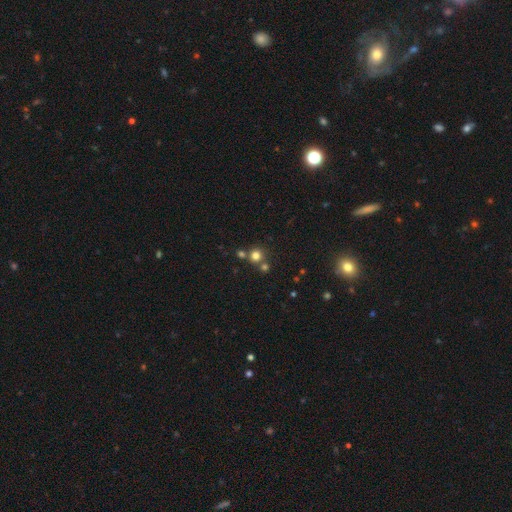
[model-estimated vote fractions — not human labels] smooth_or_featured: smooth (p=0.75) [alt: star or artifact p=0.17]
how_rounded: round (p=0.92) [alt: in between p=0.07]
merging: none (p=0.66) [alt: merger p=0.24]